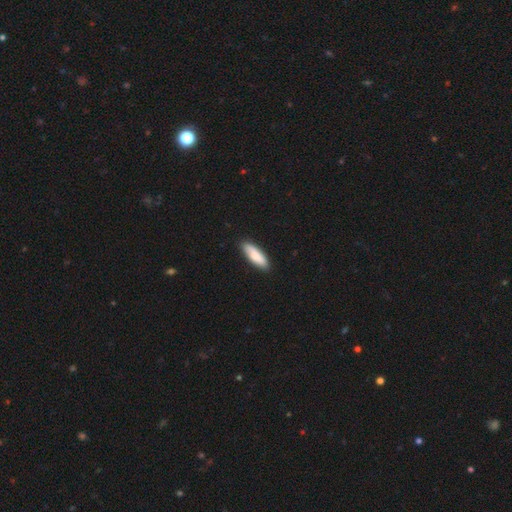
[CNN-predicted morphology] A smooth galaxy with no disk features (80%) that is in between round and cigar-shaped (50%). Merging: none (86%).